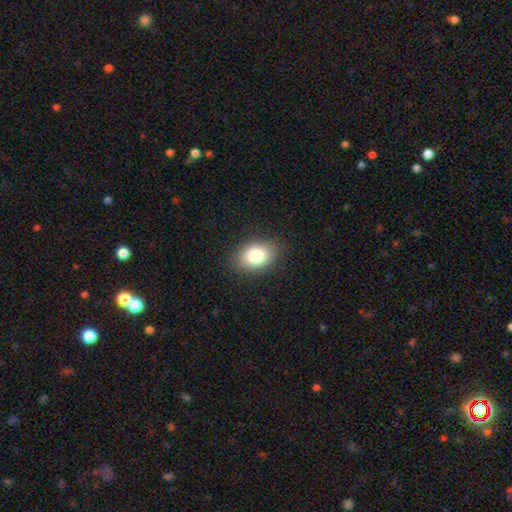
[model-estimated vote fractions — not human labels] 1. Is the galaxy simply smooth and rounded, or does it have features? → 82% smooth, 9% star or artifact, 9% featured or disk.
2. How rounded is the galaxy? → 73% in between, 26% round, 1% cigar-shaped.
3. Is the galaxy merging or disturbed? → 87% none, 10% minor disturbance, 3% major disturbance, 1% merger.